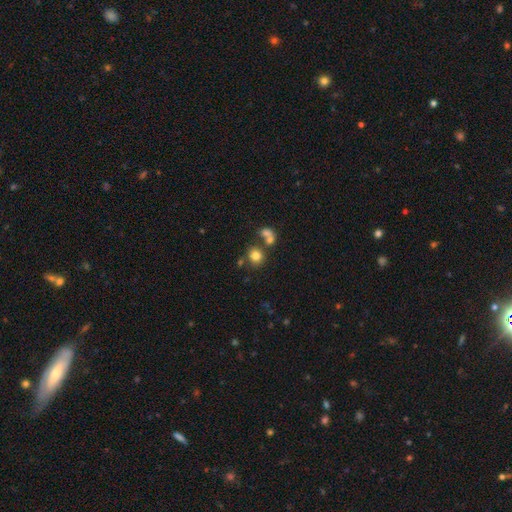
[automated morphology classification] This is likely a smooth galaxy (79%). How rounded: clearly round (82%). Merging: likely none (63%).